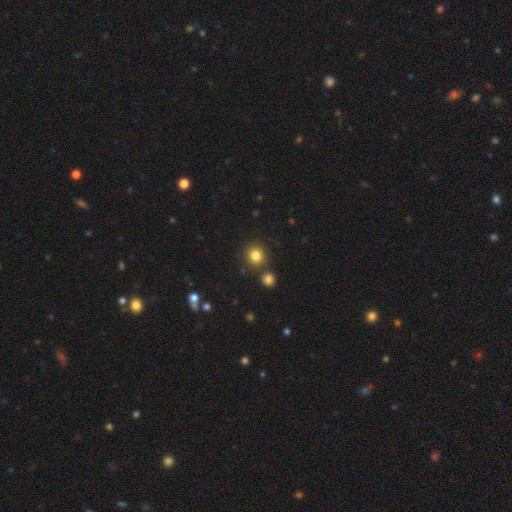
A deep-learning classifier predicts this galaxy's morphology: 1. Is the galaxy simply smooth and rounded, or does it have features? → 83% smooth, 12% star or artifact, 6% featured or disk.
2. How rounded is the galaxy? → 87% round, 12% in between, 1% cigar-shaped.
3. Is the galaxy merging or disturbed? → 81% none, 9% merger, 8% minor disturbance, 3% major disturbance.